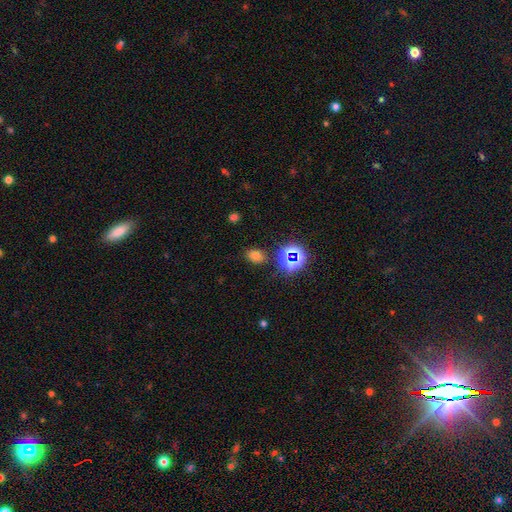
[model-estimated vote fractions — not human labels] smooth_or_featured: smooth (p=0.63) [alt: star or artifact p=0.29]
how_rounded: in between (p=0.72) [alt: round p=0.27]
merging: none (p=0.81) [alt: minor disturbance p=0.12]